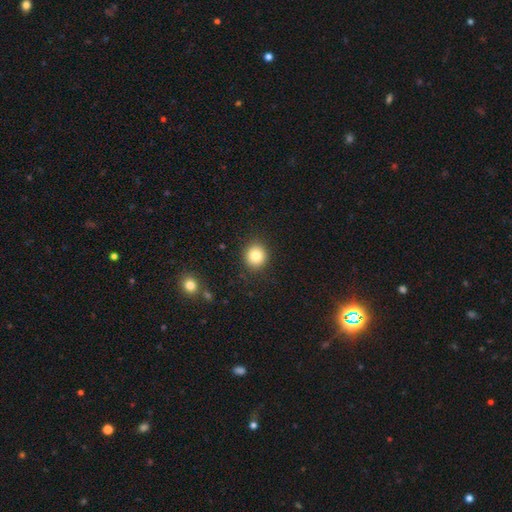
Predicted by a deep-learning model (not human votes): smooth-or-featured: smooth: 82% | star or artifact: 10% | featured or disk: 7%
  how-rounded: round: 87% | in between: 13% | cigar-shaped: 1%
  merging: none: 89% | minor disturbance: 7% | major disturbance: 2% | merger: 1%